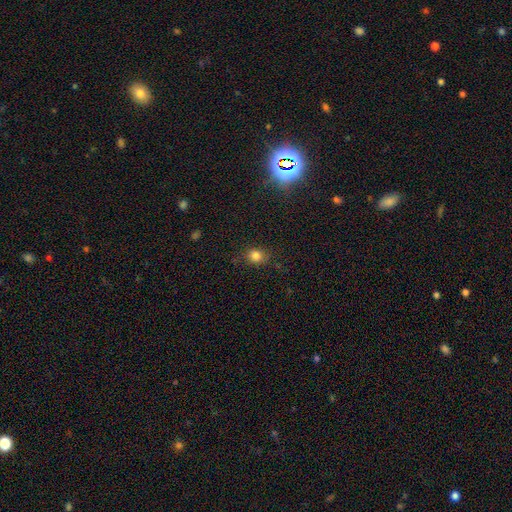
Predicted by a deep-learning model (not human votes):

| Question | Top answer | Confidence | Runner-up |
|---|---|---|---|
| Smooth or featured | smooth | 82% | star or artifact (13%) |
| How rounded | round | 73% | in between (25%) |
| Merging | none | 82% | minor disturbance (13%) |